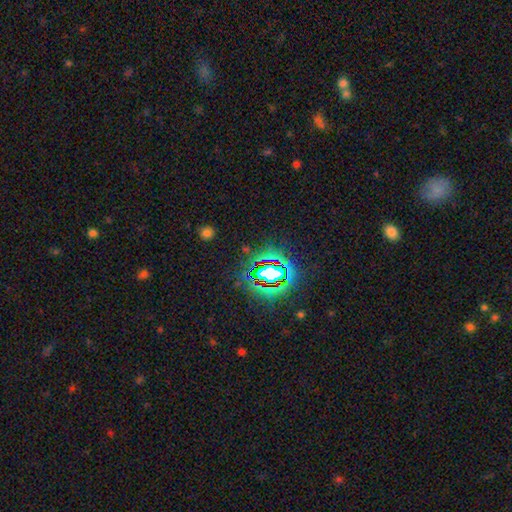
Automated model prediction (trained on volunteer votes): Overall: star or artifact (79%).